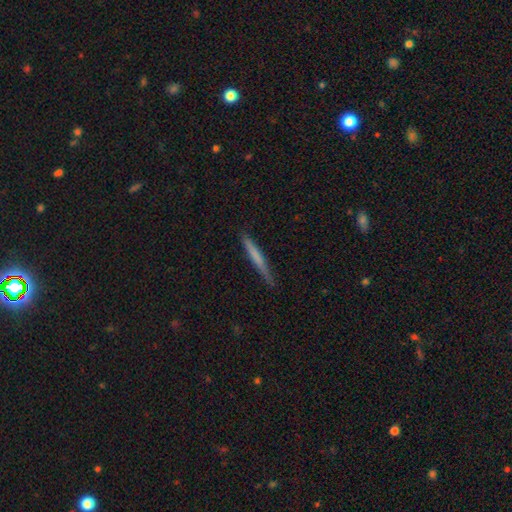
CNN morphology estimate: Smooth or featured? smooth (60%)
How rounded? cigar-shaped (96%)
Merging? none (84%)